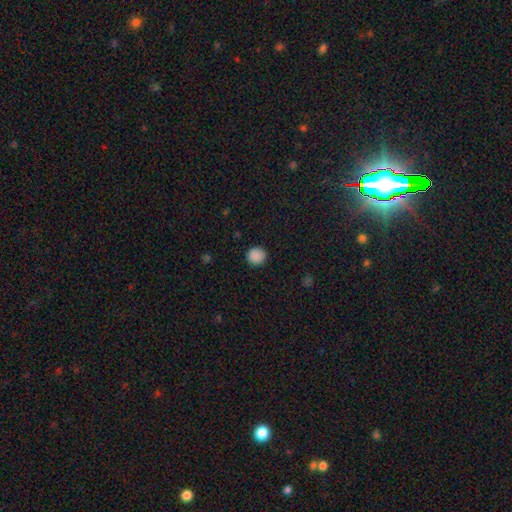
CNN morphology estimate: This appears to be a smooth galaxy with no disk features (88%) that is round (90%). Merging: none (89%).